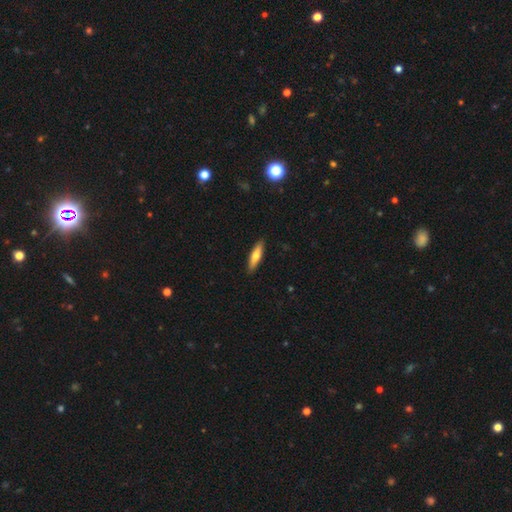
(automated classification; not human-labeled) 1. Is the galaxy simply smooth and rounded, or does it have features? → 63% smooth, 31% featured or disk, 6% star or artifact.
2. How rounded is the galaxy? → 68% cigar-shaped, 30% in between, 2% round.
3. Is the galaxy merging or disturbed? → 90% none, 7% minor disturbance, 1% major disturbance, 1% merger.